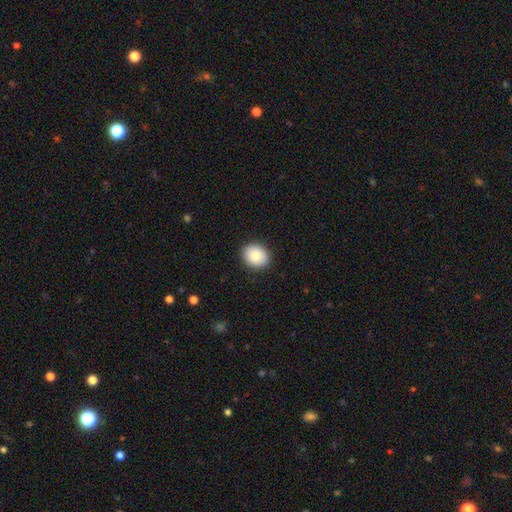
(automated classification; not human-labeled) Smooth or featured? smooth (81%)
How rounded? round (62%)
Merging? none (90%)